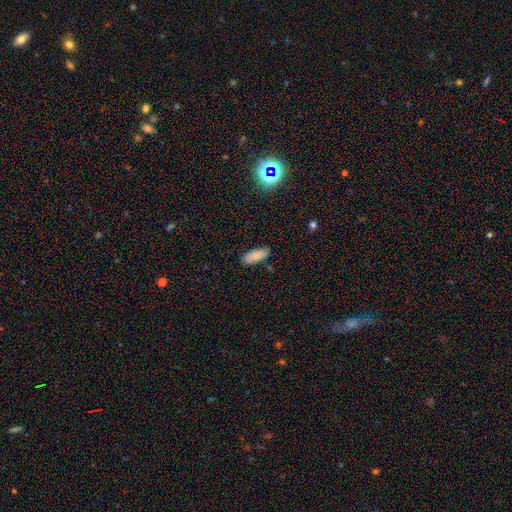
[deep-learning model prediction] Smooth or featured? Predicted: smooth (p=0.79). How rounded? Predicted: in between (p=0.82). Merging? Predicted: none (p=0.79).